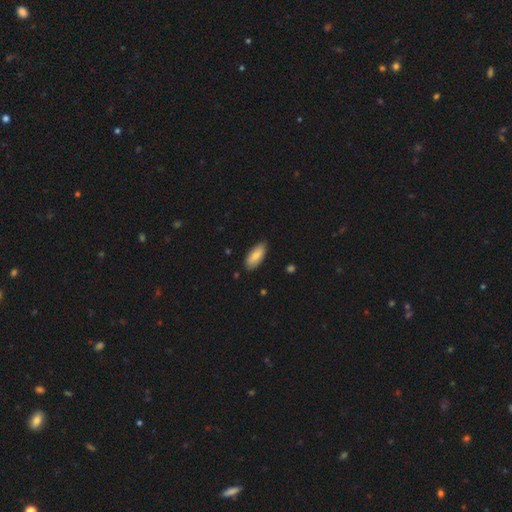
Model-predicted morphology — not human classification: smooth-or-featured: smooth: 79% | featured or disk: 15% | star or artifact: 6%
  how-rounded: in between: 84% | cigar-shaped: 14% | round: 2%
  merging: none: 82% | minor disturbance: 14% | major disturbance: 2% | merger: 1%